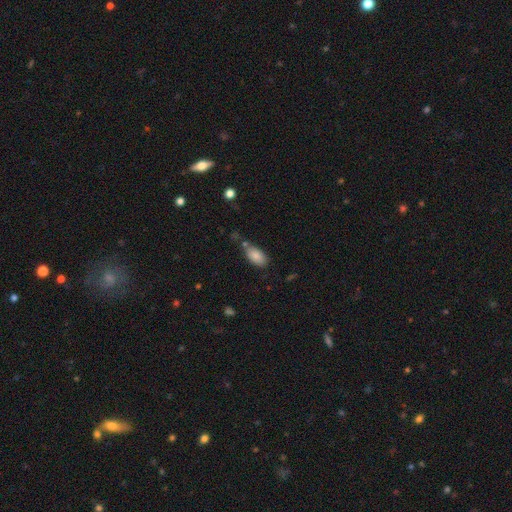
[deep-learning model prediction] Smooth or featured: smooth — 86% (star or artifact — 7%)
How rounded: in between — 93% (round — 4%)
Merging: none — 66% (minor disturbance — 18%)